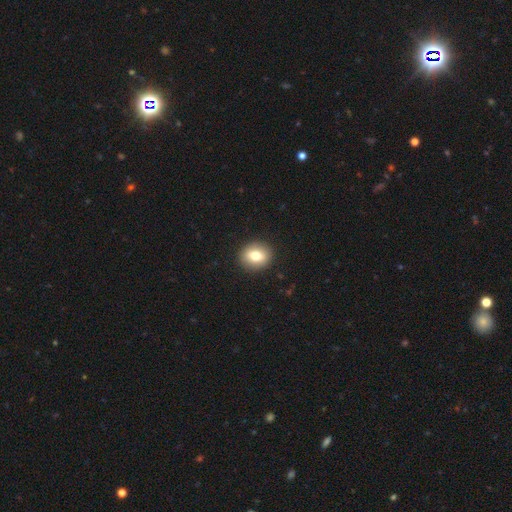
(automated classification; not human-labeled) This is likely a smooth galaxy (76%). How rounded: likely round (72%). Merging: clearly none (91%).